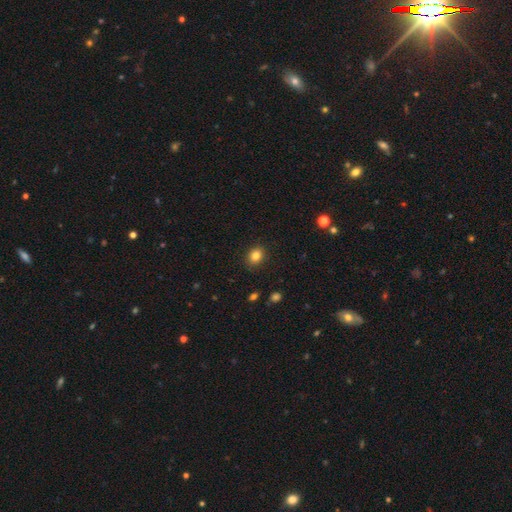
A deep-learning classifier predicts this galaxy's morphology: A smooth galaxy with no disk features (83%) that is round (52%).

Vote fractions:
- Smooth or featured? smooth: 83% / star or artifact: 11% / featured or disk: 6%
- How rounded? round: 52% / in between: 47% / cigar-shaped: 1%
- Merging? none: 89% / minor disturbance: 8% / major disturbance: 2% / merger: 1%